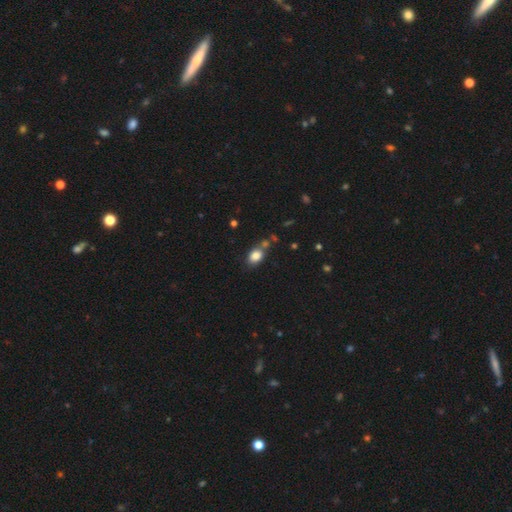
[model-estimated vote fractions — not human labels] A smooth galaxy with no disk features (83%) that is in between round and cigar-shaped (74%).

Vote fractions:
- Smooth or featured? smooth: 83% / star or artifact: 10% / featured or disk: 7%
- How rounded? in between: 74% / round: 24% / cigar-shaped: 2%
- Merging? none: 63% / minor disturbance: 18% / merger: 14% / major disturbance: 5%